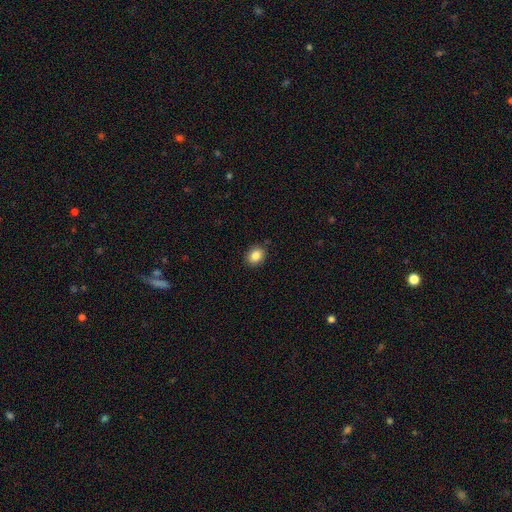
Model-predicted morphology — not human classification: This is clearly a smooth galaxy (86%). How rounded: possibly round (55%). Merging: clearly none (88%).